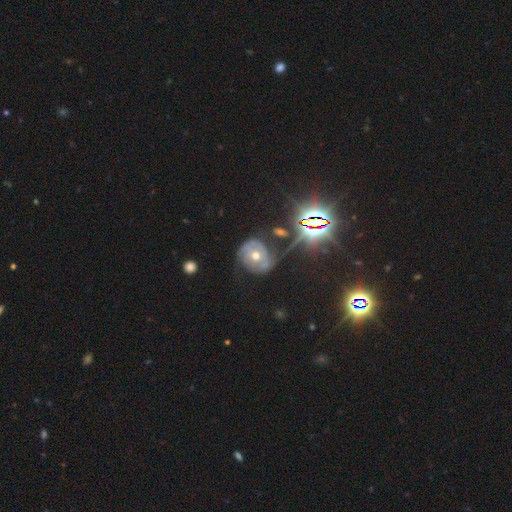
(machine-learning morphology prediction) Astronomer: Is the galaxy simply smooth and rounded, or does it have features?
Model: featured or disk — 54%.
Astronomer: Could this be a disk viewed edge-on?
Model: no — 94%.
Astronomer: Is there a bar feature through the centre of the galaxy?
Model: no — 72%.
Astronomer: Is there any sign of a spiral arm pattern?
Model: yes — 60% (runner-up: no, 40%).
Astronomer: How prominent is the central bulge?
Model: moderate — 75%.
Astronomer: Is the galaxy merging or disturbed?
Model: none — 63%.